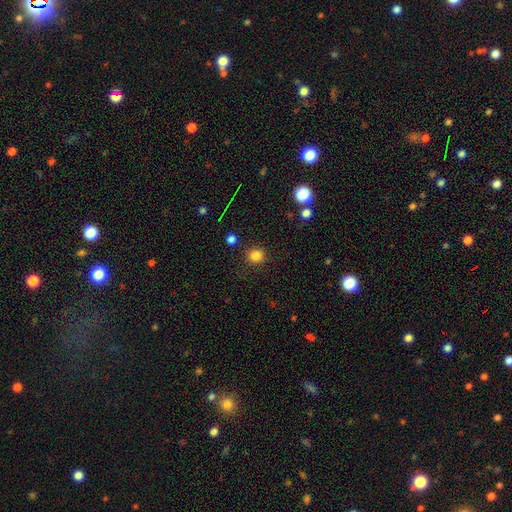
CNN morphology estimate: This appears to be a smooth galaxy with no disk features (82%) that is round (92%). Merging: none (88%).